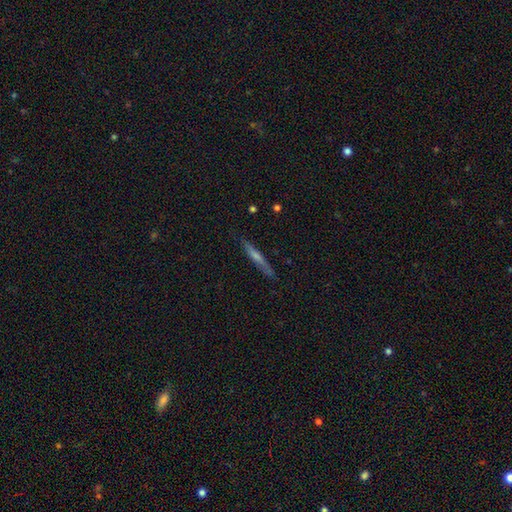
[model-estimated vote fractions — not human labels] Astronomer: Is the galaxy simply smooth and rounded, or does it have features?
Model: featured or disk — 55% (runner-up: smooth, 38%).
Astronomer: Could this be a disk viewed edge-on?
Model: yes — 95%.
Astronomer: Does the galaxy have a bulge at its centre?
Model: rounded — 51% (runner-up: none, 40%).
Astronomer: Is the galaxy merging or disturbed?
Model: none — 86%.